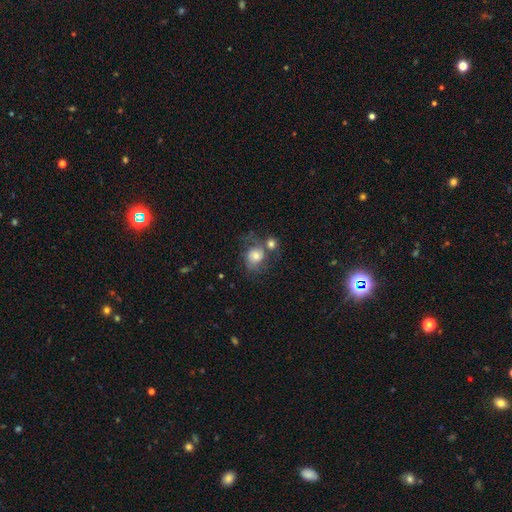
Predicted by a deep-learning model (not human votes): This is possibly a smooth galaxy (50%). How rounded: likely round (69%). Merging: marginally none (36%).